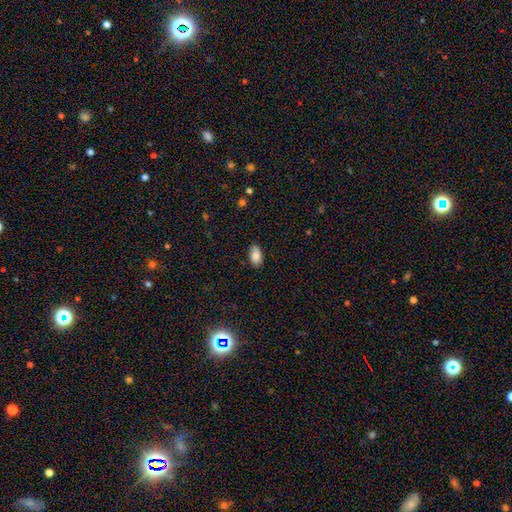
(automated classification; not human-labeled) This appears to be a smooth galaxy with no disk features (84%) that is in between round and cigar-shaped (93%). Merging: none (81%).